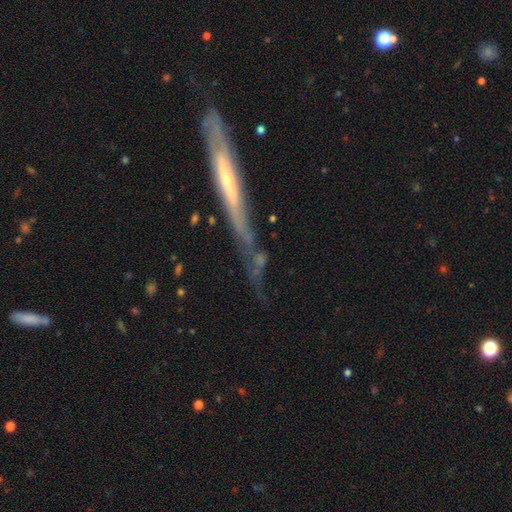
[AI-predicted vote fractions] smooth-or-featured: featured or disk: 70% | smooth: 22% | star or artifact: 8%
  disk-edge-on: yes: 80% | no: 20%
    edge-on-bulge: none: 62% | rounded: 29% | boxy: 8%
  merging: none: 59% | minor disturbance: 24% | major disturbance: 10% | merger: 6%